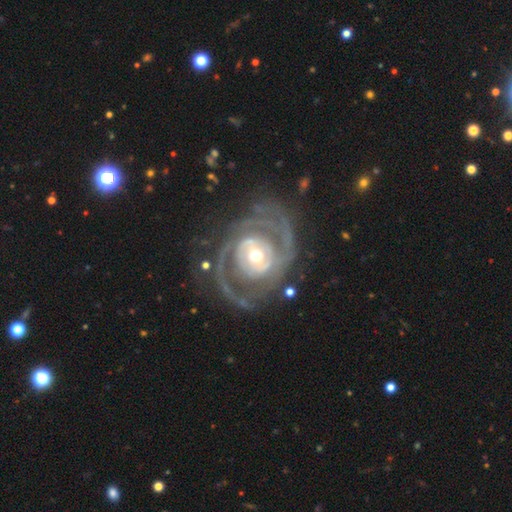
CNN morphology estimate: Smooth or featured? featured or disk (90%)
Edge-on disk? no (97%)
Bar? no (56%)
Spiral arms? yes (94%)
Spiral winding? tight (51%)
Spiral arm count? 2 (57%)
Bulge size? moderate (64%)
Merging? none (68%)